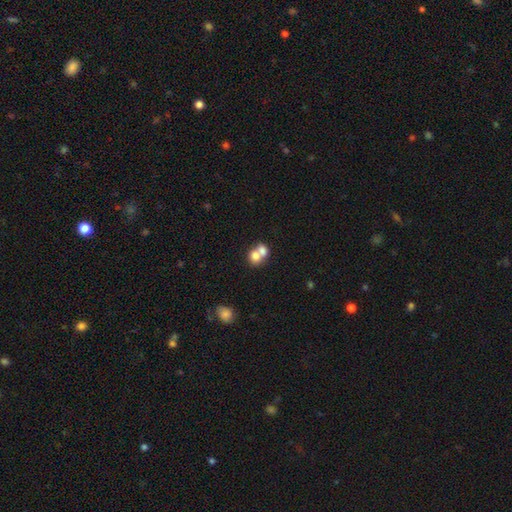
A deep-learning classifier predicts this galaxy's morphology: Q: Smooth or featured?
A: smooth (73%); runner-up: featured or disk (17%)
Q: How rounded?
A: round (56%); runner-up: in between (43%)
Q: Merging?
A: merger (69%); runner-up: none (23%)